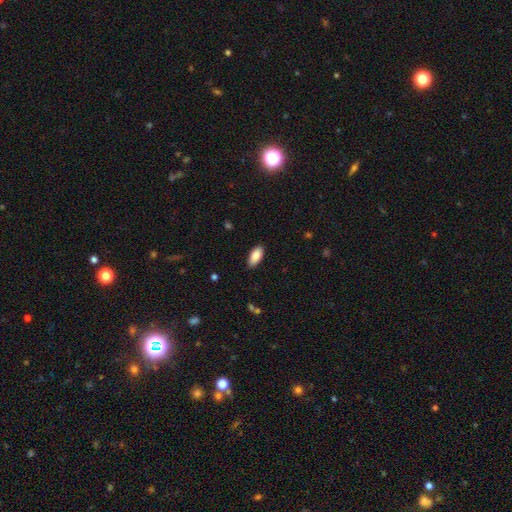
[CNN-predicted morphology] This is clearly a smooth galaxy (86%). How rounded: clearly in between (89%). Merging: clearly none (87%).